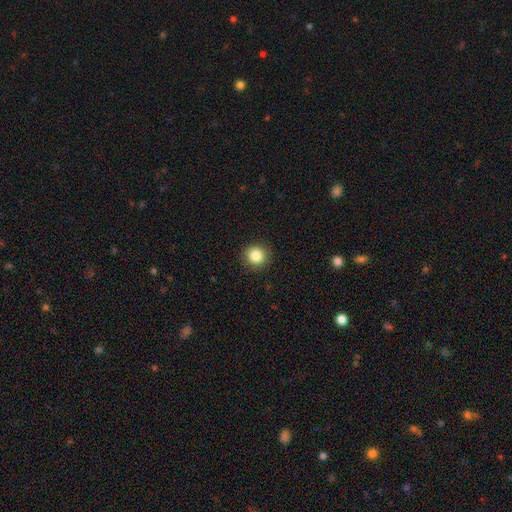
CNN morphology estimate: The model was most divided on "smooth or featured": smooth: 85%, star or artifact: 10%, featured or disk: 5%. More confident: how rounded — round (93%); merging — none (91%).